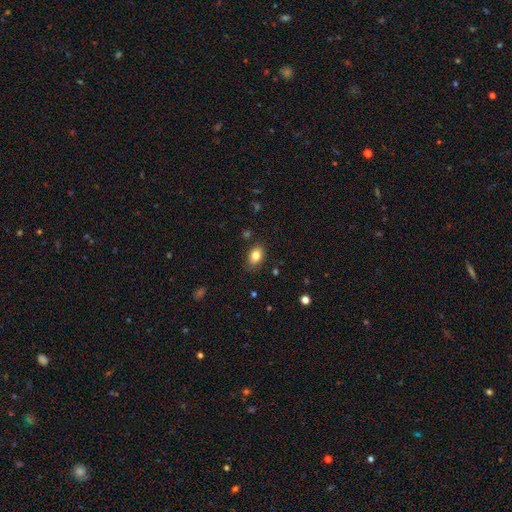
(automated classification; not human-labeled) smooth-or-featured: smooth: 83% | star or artifact: 9% | featured or disk: 8%
  how-rounded: in between: 81% | round: 17% | cigar-shaped: 1%
  merging: none: 83% | minor disturbance: 13% | major disturbance: 3% | merger: 1%